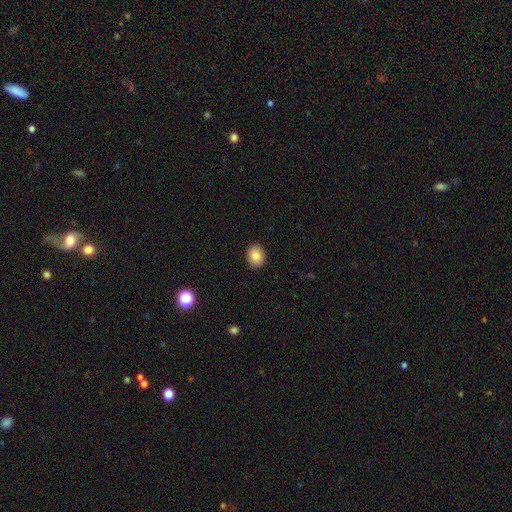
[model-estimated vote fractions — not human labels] Morphology: type=smooth (86%); roundness=round (56%); merging=none (91%).